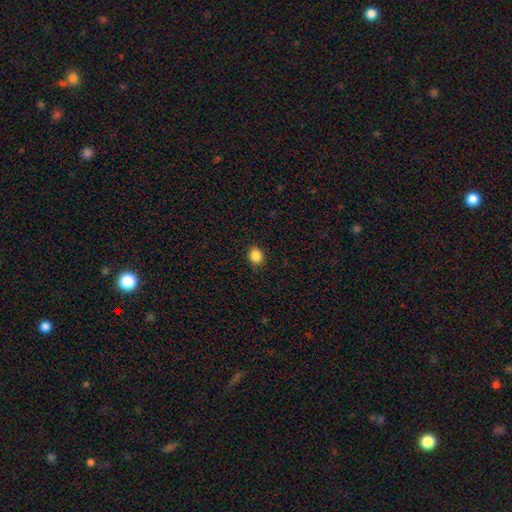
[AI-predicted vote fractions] Smooth or featured? Predicted: smooth (p=0.87). How rounded? Predicted: round (p=0.73). Merging? Predicted: none (p=0.89).